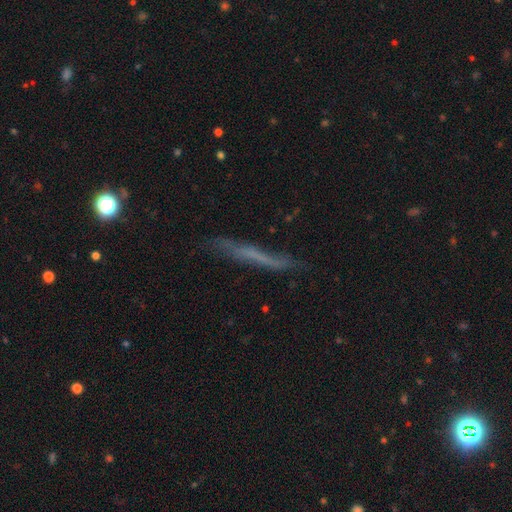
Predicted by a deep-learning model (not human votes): Smooth or featured? Predicted: featured or disk (p=0.46). Merging? Predicted: none (p=0.72).